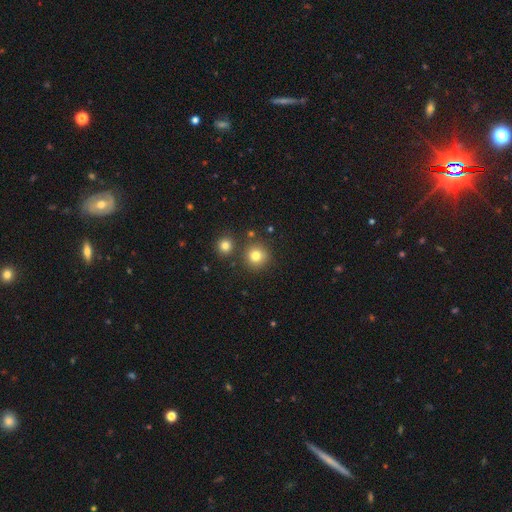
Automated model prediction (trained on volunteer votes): Morphology: type=smooth (80%); roundness=round (93%); merging=none (83%).